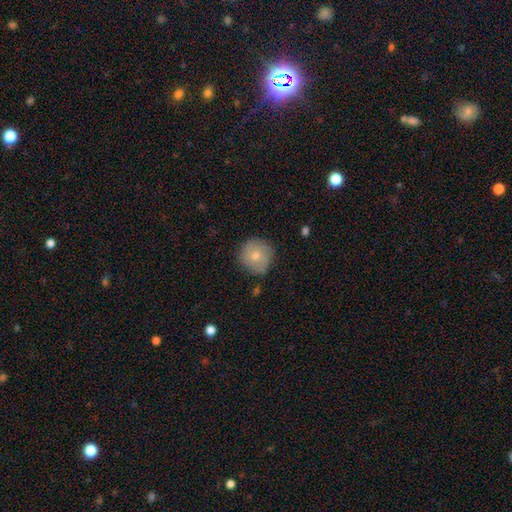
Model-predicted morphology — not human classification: Overall: smooth (73%). How rounded: round (93%). Merging: none (76%).